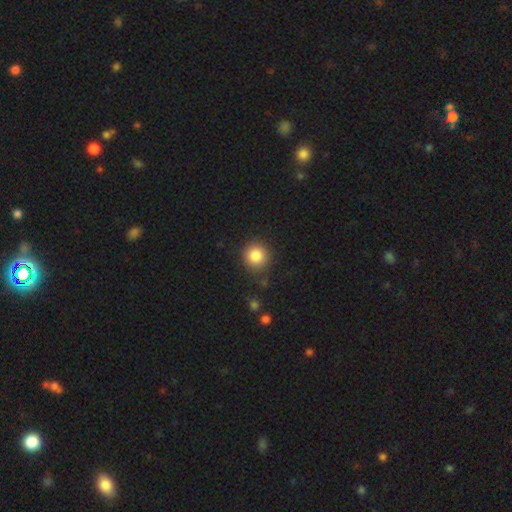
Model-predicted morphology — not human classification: This is clearly a smooth galaxy (85%). How rounded: clearly round (92%). Merging: clearly none (86%).